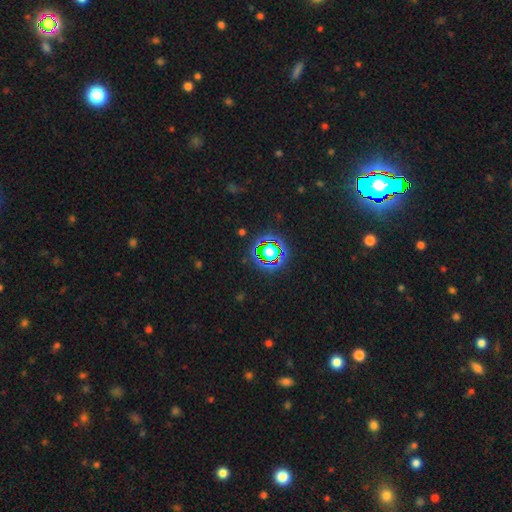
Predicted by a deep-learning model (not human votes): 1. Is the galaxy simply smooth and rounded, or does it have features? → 79% star or artifact, 12% smooth, 8% featured or disk.